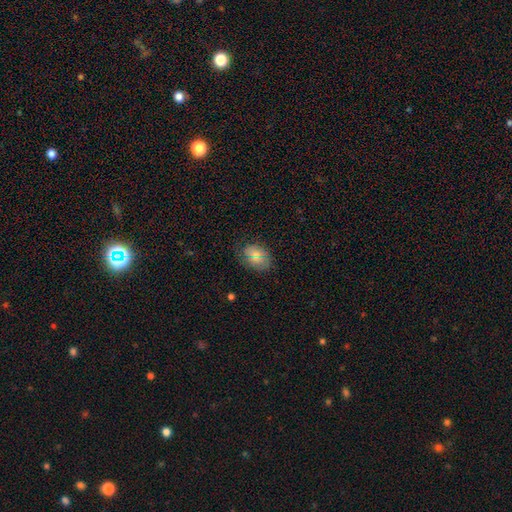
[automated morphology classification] Smooth or featured? Predicted: smooth (p=0.70). How rounded? Predicted: in between (p=0.75). Merging? Predicted: none (p=0.72).